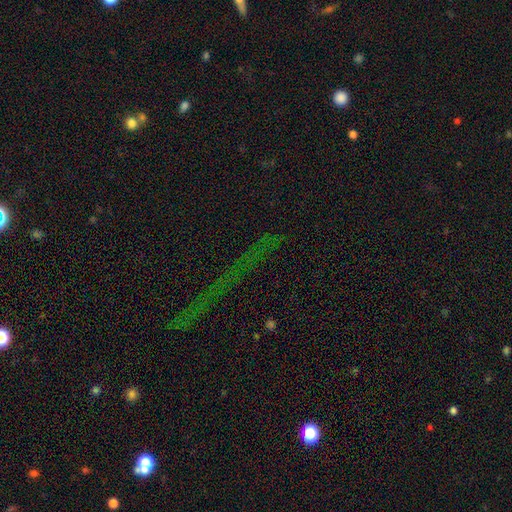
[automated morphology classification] type=star or artifact (72%).